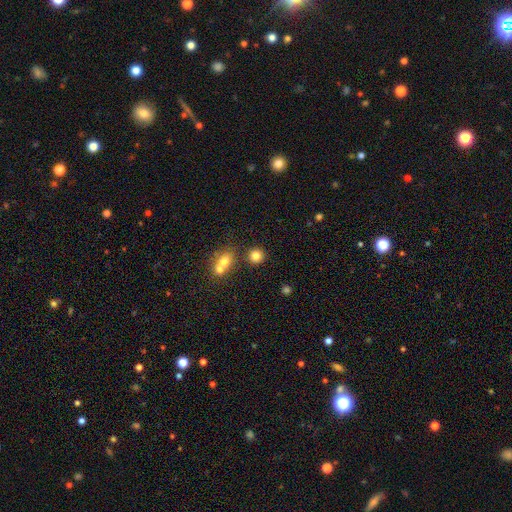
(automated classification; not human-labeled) A smooth galaxy with no disk features (79%) that is round (89%).

Vote fractions:
- Smooth or featured? smooth: 79% / star or artifact: 13% / featured or disk: 8%
- How rounded? round: 89% / in between: 10% / cigar-shaped: 1%
- Merging? none: 74% / merger: 16% / minor disturbance: 7% / major disturbance: 3%